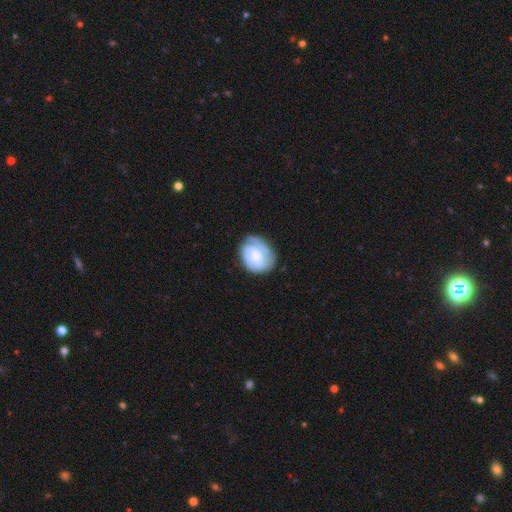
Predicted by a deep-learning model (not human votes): featured or disk 57%, smooth 36%, star or artifact 6%. Down the decision tree: edge-on disk — no (98%); bar — no (63%); spiral arms — yes (86%); bulge size — small (48%); merging — none (64%).